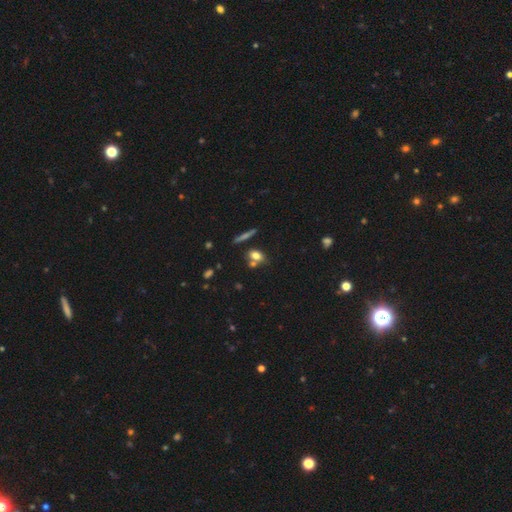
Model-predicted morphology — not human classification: Overall: smooth (73%). How rounded: in between (67%). Merging: none (57%; merger 27%).